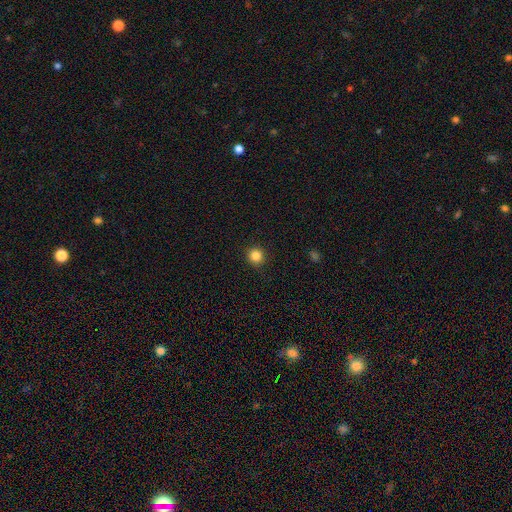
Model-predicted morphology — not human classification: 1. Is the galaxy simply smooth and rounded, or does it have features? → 84% smooth, 11% star or artifact, 4% featured or disk.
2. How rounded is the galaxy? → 94% round, 5% in between, 1% cigar-shaped.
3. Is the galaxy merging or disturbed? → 92% none, 6% minor disturbance, 2% major disturbance, 1% merger.